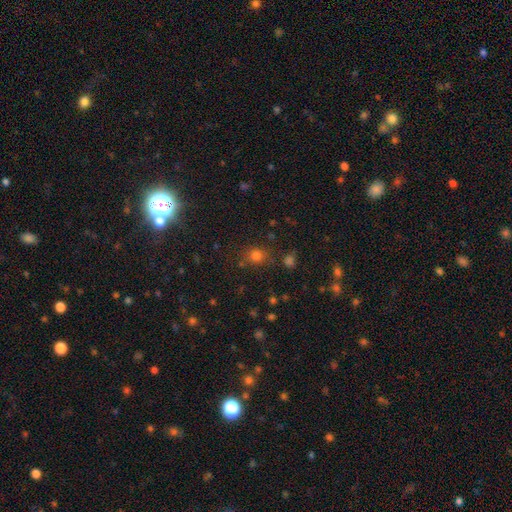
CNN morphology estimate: Smooth or featured? Predicted: smooth (p=0.75). How rounded? Predicted: round (p=0.77). Merging? Predicted: none (p=0.77).